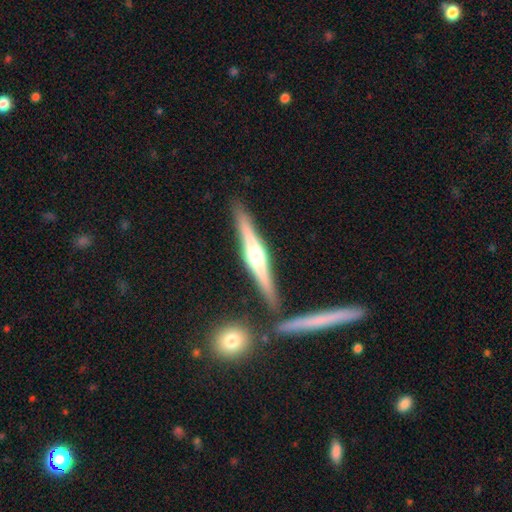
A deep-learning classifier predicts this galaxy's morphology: smooth_or_featured: featured or disk (p=0.74) [alt: smooth p=0.20]
disk_edge_on: yes (p=0.97) [alt: no p=0.03]
edge_on_bulge: rounded (p=0.90) [alt: boxy p=0.07]
merging: none (p=0.84) [alt: minor disturbance p=0.08]